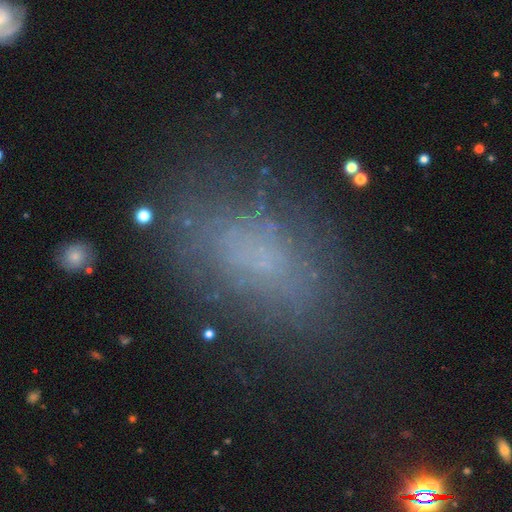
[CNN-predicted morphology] This is possibly a smooth galaxy (58%). How rounded: clearly in between (86%). Merging: likely none (68%).